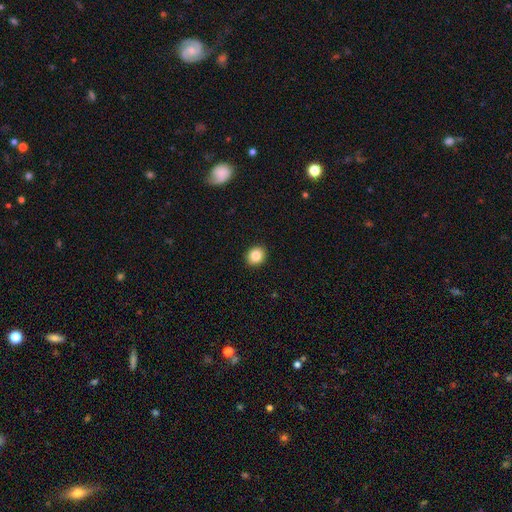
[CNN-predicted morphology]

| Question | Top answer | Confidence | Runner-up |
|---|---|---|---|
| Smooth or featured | smooth | 85% | star or artifact (10%) |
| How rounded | round | 75% | in between (24%) |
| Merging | none | 92% | minor disturbance (5%) |